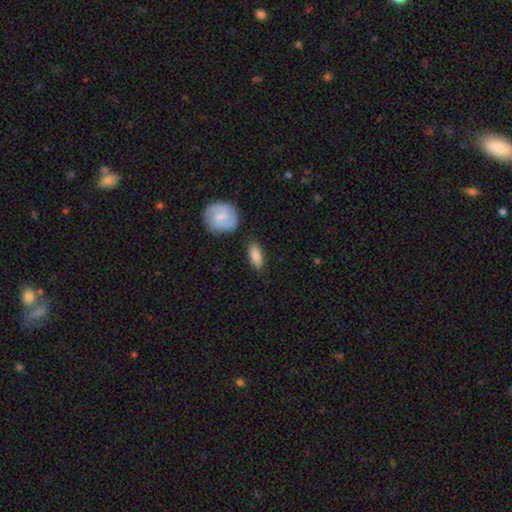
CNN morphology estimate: smooth_or_featured: smooth (p=0.82) [alt: featured or disk p=0.13]
how_rounded: in between (p=0.75) [alt: cigar-shaped p=0.21]
merging: none (p=0.78) [alt: minor disturbance p=0.13]